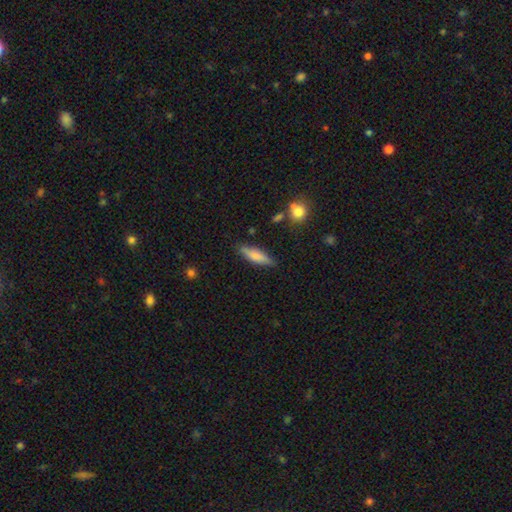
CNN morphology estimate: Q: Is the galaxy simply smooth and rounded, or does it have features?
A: smooth — 71%.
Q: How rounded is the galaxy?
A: cigar-shaped — 64%.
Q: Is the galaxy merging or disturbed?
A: none — 83%.